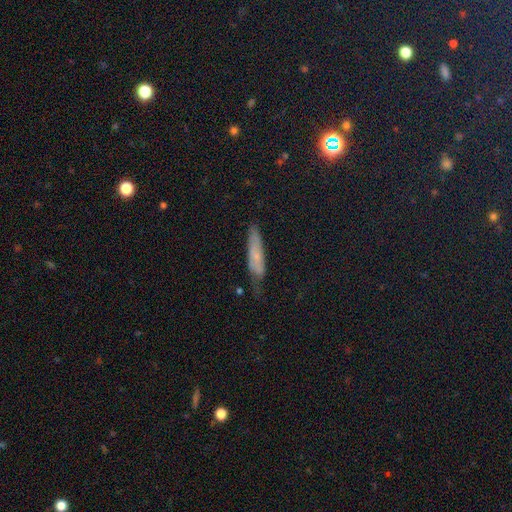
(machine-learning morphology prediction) smooth_or_featured: smooth (p=0.55) [alt: featured or disk p=0.34]
how_rounded: cigar-shaped (p=0.74) [alt: in between p=0.24]
merging: none (p=0.56) [alt: minor disturbance p=0.32]